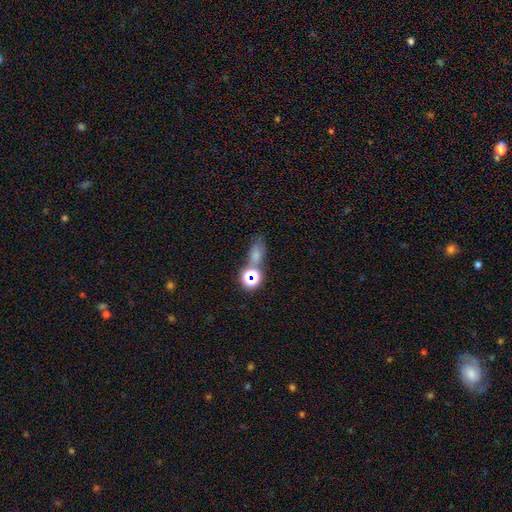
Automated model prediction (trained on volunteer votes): smooth_or_featured: smooth (p=0.60) [alt: star or artifact p=0.29]
how_rounded: in between (p=0.64) [alt: round p=0.26]
merging: none (p=0.52) [alt: merger p=0.25]